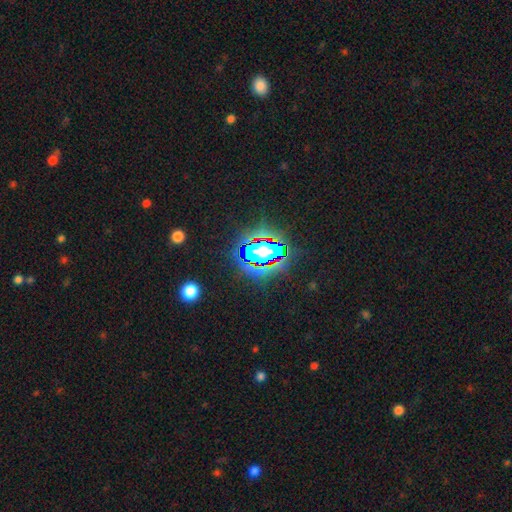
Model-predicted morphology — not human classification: A star or artifact, not a galaxy (82%).